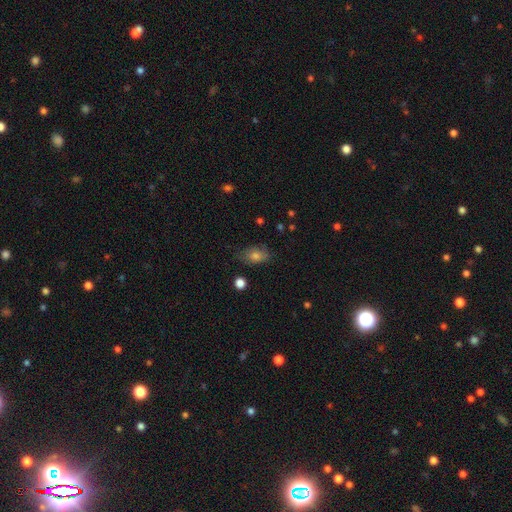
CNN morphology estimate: This is likely a smooth galaxy (70%). How rounded: likely in between (79%). Merging: likely none (70%).